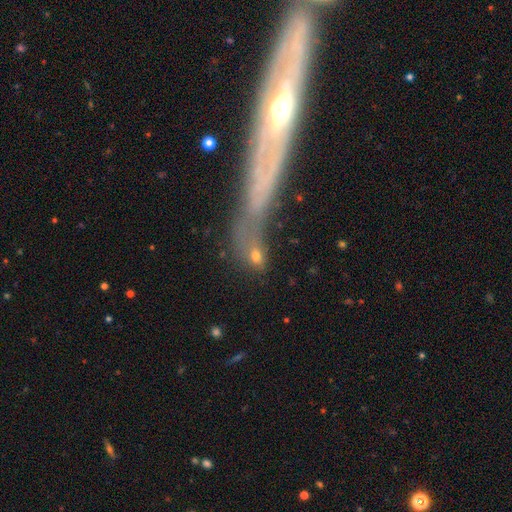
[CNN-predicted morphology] Smooth or featured? Predicted: smooth (p=0.61). How rounded? Predicted: in between (p=0.64). Merging? Predicted: none (p=0.37).